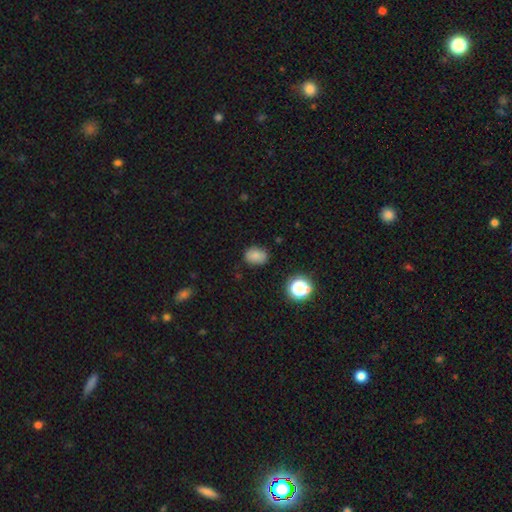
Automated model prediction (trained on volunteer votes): This is likely a smooth galaxy (78%). How rounded: likely in between (66%). Merging: clearly none (80%).